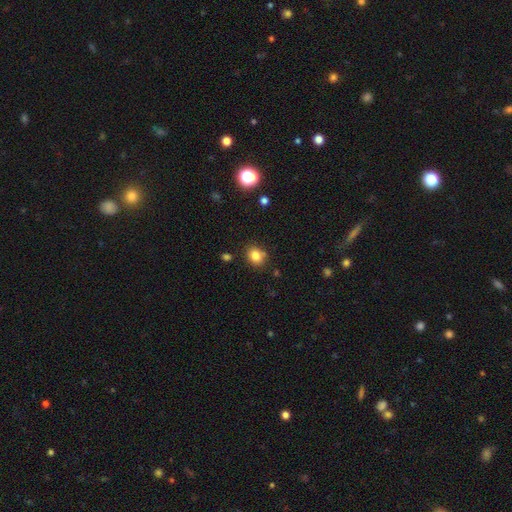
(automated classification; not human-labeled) Smooth or featured? Predicted: smooth (p=0.81). How rounded? Predicted: round (p=0.61). Merging? Predicted: none (p=0.80).